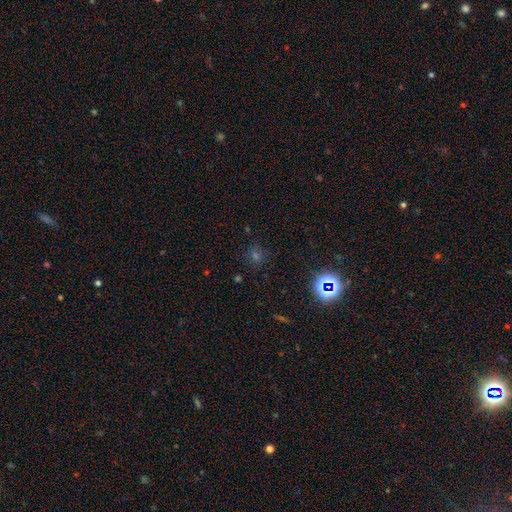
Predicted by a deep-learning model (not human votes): star or artifact 49%, smooth 42%, featured or disk 9%.